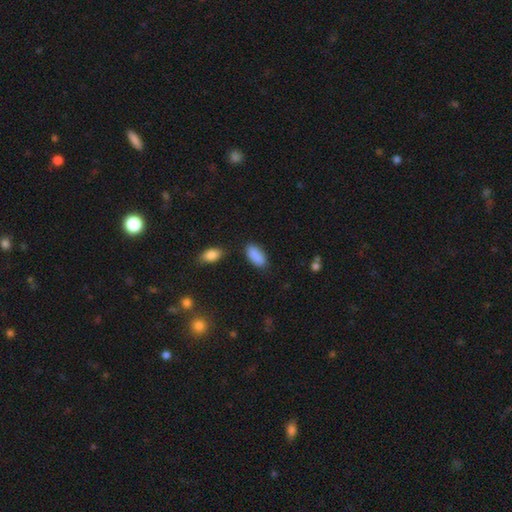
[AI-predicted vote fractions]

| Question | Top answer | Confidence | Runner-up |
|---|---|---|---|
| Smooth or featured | smooth | 89% | star or artifact (7%) |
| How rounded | in between | 90% | cigar-shaped (7%) |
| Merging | none | 80% | minor disturbance (13%) |